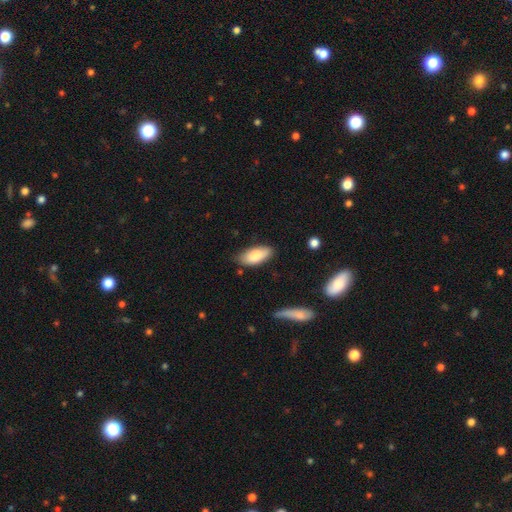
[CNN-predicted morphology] A smooth galaxy with no disk features (81%) that is in between round and cigar-shaped (88%).

Vote fractions:
- Smooth or featured? smooth: 81% / featured or disk: 13% / star or artifact: 6%
- How rounded? in between: 88% / cigar-shaped: 10% / round: 2%
- Merging? none: 77% / minor disturbance: 18% / major disturbance: 3% / merger: 2%